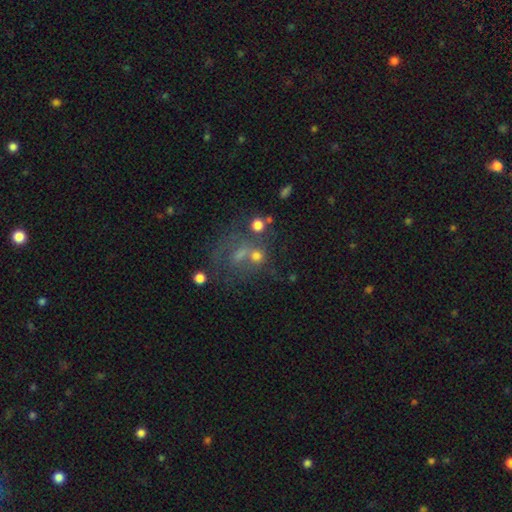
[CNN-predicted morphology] Smooth or featured?
  - smooth: 48% *
  - featured or disk: 28%
  - star or artifact: 24%
Merging?
  - none: 43% *
  - merger: 29%
  - major disturbance: 15%
  - minor disturbance: 13%